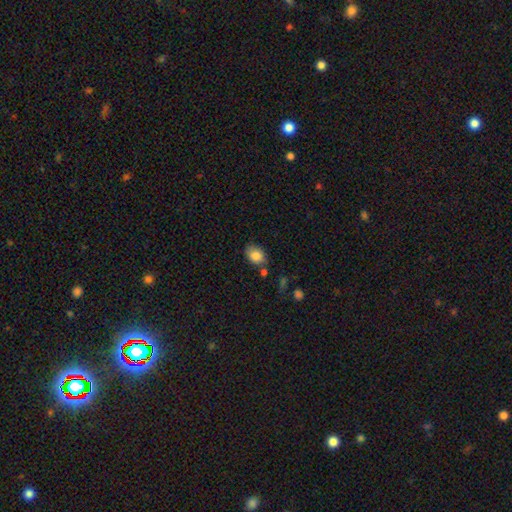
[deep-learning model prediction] The model was most divided on "how rounded": in between: 69%, round: 30%, cigar-shaped: 1%. More confident: smooth or featured — smooth (85%); merging — none (69%).